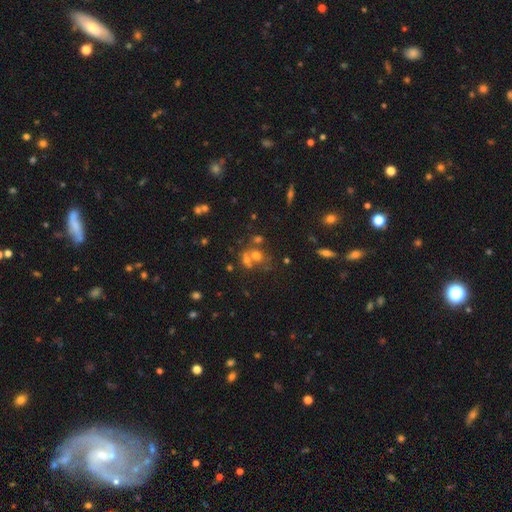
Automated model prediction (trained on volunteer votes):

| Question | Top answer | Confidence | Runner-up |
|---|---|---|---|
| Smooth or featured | smooth | 52% | featured or disk (25%) |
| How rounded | round | 68% | in between (31%) |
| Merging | merger | 48% | none (37%) |